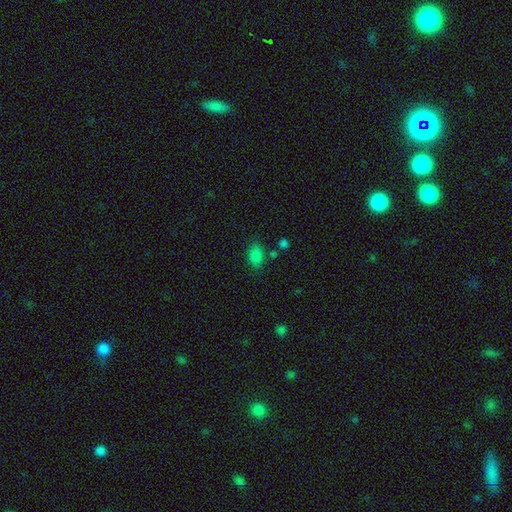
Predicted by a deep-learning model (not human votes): Overall: smooth (82%). How rounded: in between (80%). Merging: none (73%).